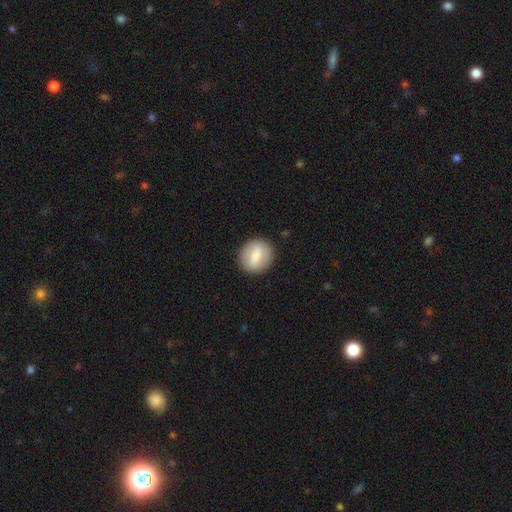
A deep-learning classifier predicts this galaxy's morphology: smooth_or_featured: smooth (p=0.73) [alt: featured or disk p=0.20]
how_rounded: round (p=0.68) [alt: in between p=0.30]
merging: none (p=0.86) [alt: minor disturbance p=0.10]